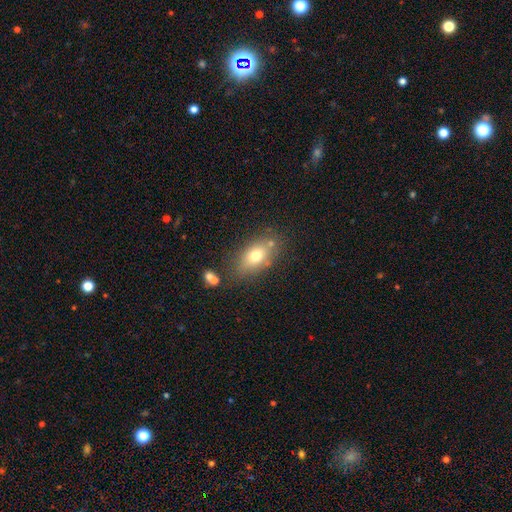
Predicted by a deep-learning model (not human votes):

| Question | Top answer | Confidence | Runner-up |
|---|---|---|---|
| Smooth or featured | smooth | 70% | featured or disk (19%) |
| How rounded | in between | 82% | round (13%) |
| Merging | none | 69% | minor disturbance (16%) |